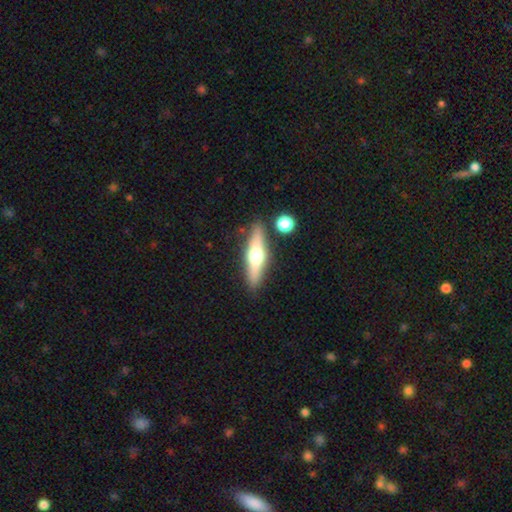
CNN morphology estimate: smooth-or-featured: featured or disk: 53% | smooth: 41% | star or artifact: 6%
  disk-edge-on: yes: 91% | no: 9%
  merging: none: 83% | minor disturbance: 10% | merger: 5% | major disturbance: 2%